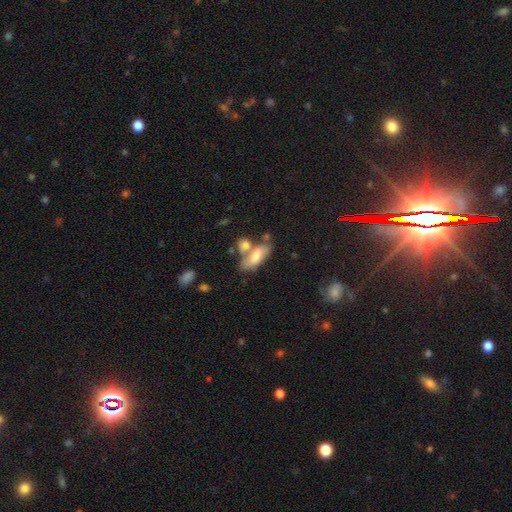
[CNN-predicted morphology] smooth-or-featured: smooth: 65% | featured or disk: 27% | star or artifact: 8%
  how-rounded: in between: 77% | cigar-shaped: 19% | round: 4%
  merging: none: 41% | merger: 34% | minor disturbance: 17% | major disturbance: 8%